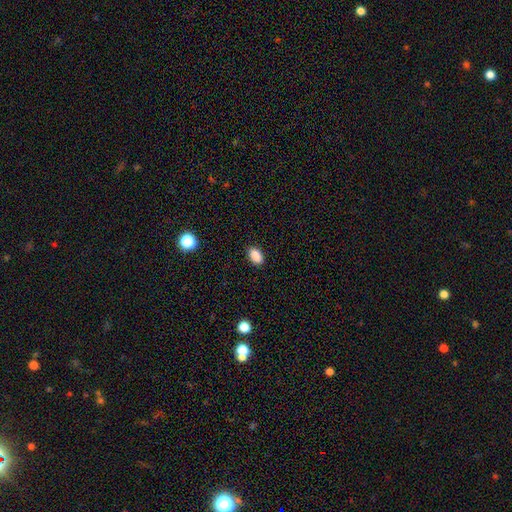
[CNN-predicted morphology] Smooth or featured? smooth (88%)
How rounded? in between (91%)
Merging? none (88%)